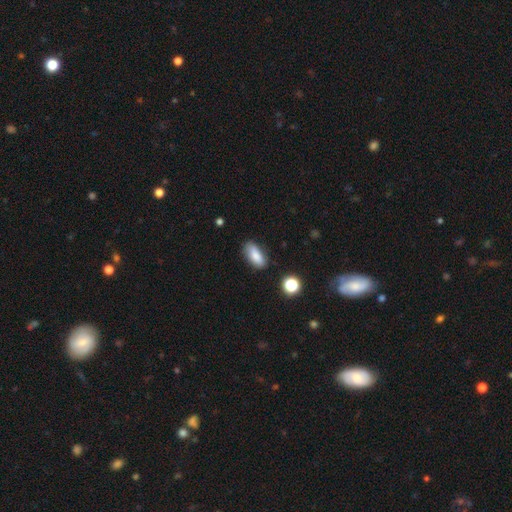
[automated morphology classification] This is clearly a smooth galaxy (83%). How rounded: clearly in between (83%). Merging: likely none (80%).